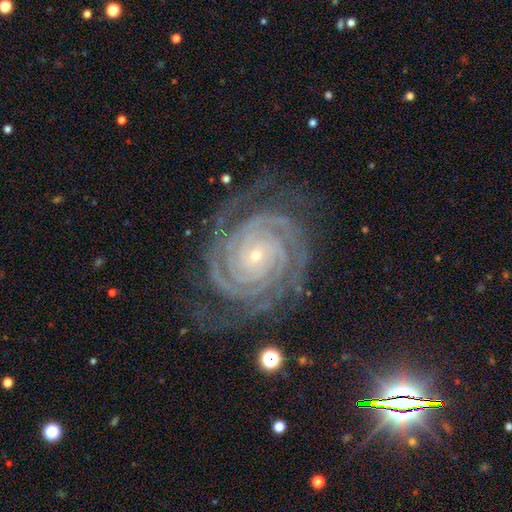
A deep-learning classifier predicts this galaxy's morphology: Smooth or featured: featured or disk — 93% (star or artifact — 5%)
Edge-on disk: no — 98% (yes — 2%)
Bar: no — 73% (weak — 16%)
Spiral arms: yes — 99% (no — 1%)
Spiral winding: tight — 88% (medium — 11%)
Spiral arm count: 2 — 35% (3 — 22%)
Bulge size: small — 86% (moderate — 10%)
Merging: none — 78% (minor disturbance — 15%)